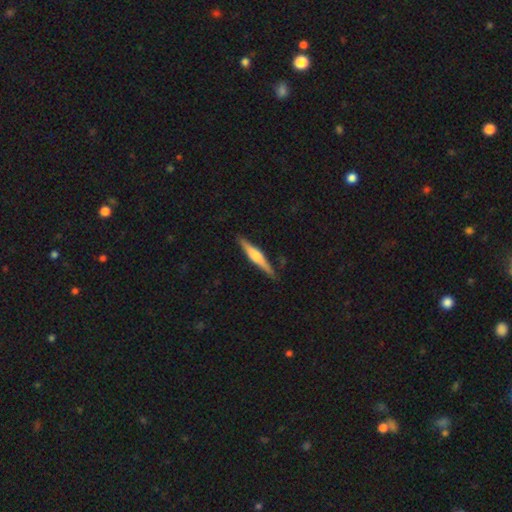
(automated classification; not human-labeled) Q: Smooth or featured?
A: featured or disk (62%); runner-up: smooth (33%)
Q: Edge-on disk?
A: yes (97%); runner-up: no (3%)
Q: Edge-on bulge?
A: rounded (69%); runner-up: boxy (24%)
Q: Merging?
A: none (88%); runner-up: minor disturbance (9%)